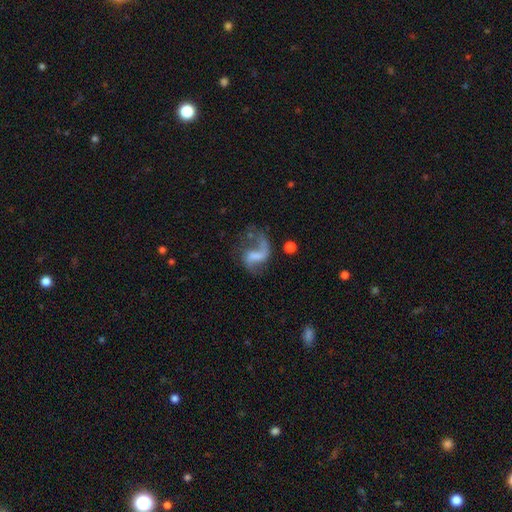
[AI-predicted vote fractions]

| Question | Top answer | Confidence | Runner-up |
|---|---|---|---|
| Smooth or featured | featured or disk | 72% | smooth (18%) |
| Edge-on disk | no | 98% | yes (2%) |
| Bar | weak | 42% | no (35%) |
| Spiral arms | yes | 87% | no (13%) |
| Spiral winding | loose | 74% | medium (21%) |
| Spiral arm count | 2 | 54% | 1 (40%) |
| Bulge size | none | 53% | small (20%) |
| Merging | none | 39% | major disturbance (36%) |